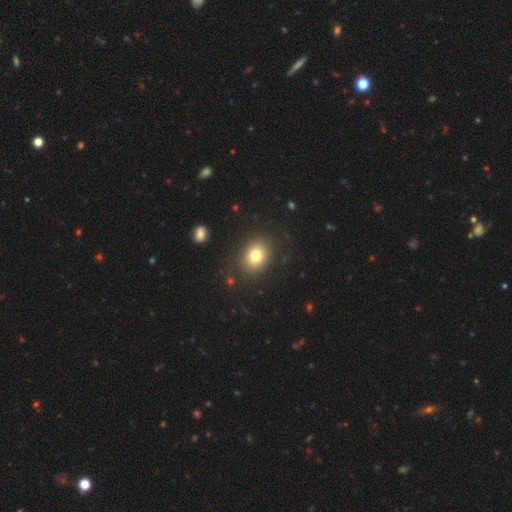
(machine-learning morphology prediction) Overall: smooth (78%). How rounded: round (51%; in between 48%). Merging: none (87%).